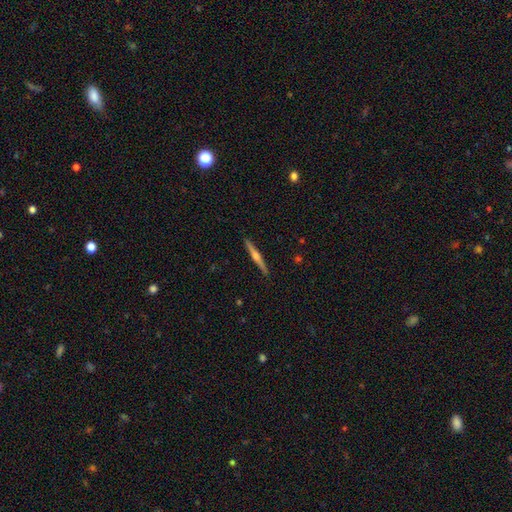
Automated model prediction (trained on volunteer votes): Smooth or featured? Predicted: featured or disk (p=0.75). Edge-on disk? Predicted: yes (p=0.98). Edge-on bulge? Predicted: rounded (p=0.88). Merging? Predicted: none (p=0.92).